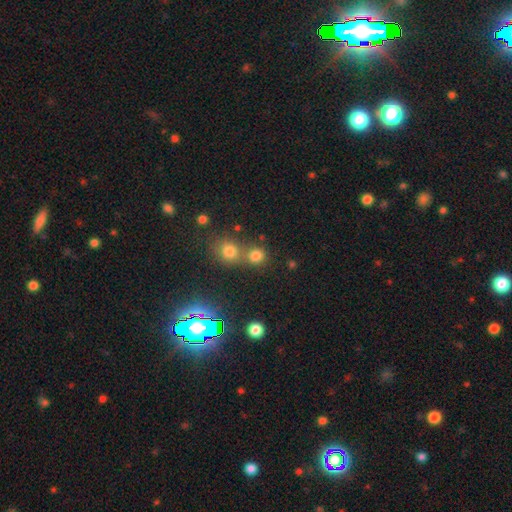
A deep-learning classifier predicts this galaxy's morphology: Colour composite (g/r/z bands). It shows a smooth galaxy with no disk features (74%) that is round (85%). Merging: none (56%).